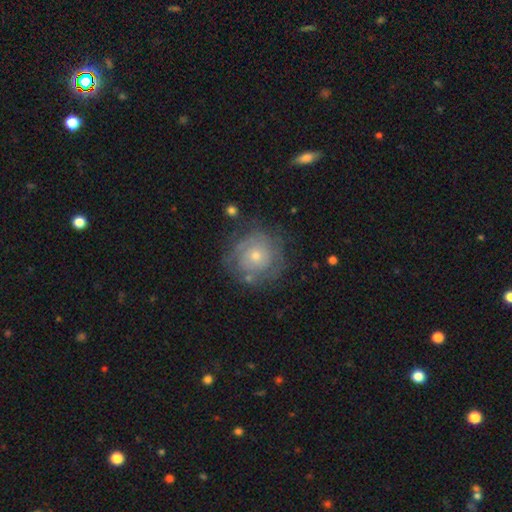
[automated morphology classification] A featured or disk galaxy (63%) with no bar (86%), spiral arms (74%) and a small central bulge (56%).

Vote fractions:
- Smooth or featured? featured or disk: 63% / smooth: 28% / star or artifact: 9%
- Edge-on disk? no: 97% / yes: 3%
- Bar? no: 86% / weak: 11% / strong: 2%
- Spiral arms? yes: 74% / no: 26%
- Bulge size? small: 56% / moderate: 39% / large: 2% / none: 1% / dominant: 1%
- Merging? none: 75% / minor disturbance: 15% / major disturbance: 7% / merger: 3%